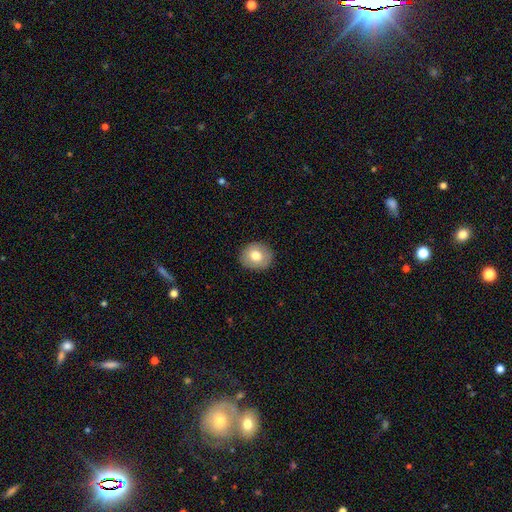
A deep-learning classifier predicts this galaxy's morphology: smooth 74%, featured or disk 18%, star or artifact 8%. Down the decision tree: how rounded — round (73%); merging — none (89%).